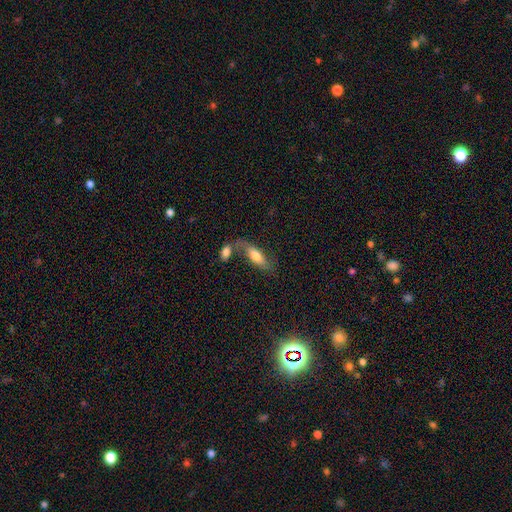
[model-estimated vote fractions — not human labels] The model was most divided on "merging": merger: 42%, none: 38%, minor disturbance: 13%, major disturbance: 8%. More confident: how rounded — in between (68%); smooth or featured — smooth (62%).